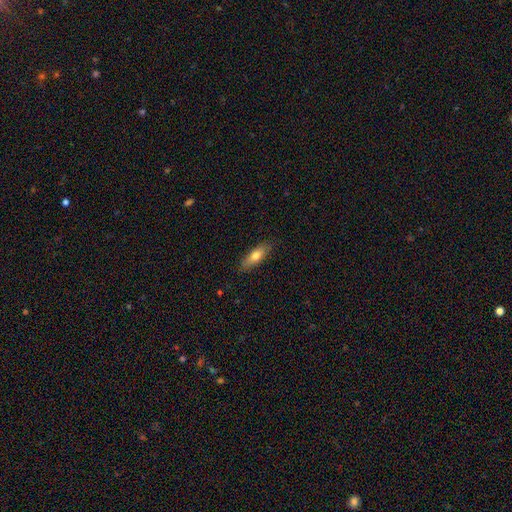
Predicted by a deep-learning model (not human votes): Q: Smooth or featured?
A: smooth (70%); runner-up: featured or disk (24%)
Q: How rounded?
A: in between (58%); runner-up: cigar-shaped (39%)
Q: Merging?
A: none (85%); runner-up: minor disturbance (12%)